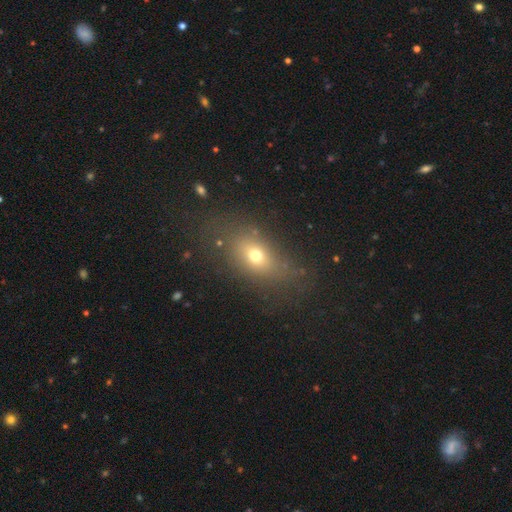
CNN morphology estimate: Smooth or featured? smooth (66%)
How rounded? in between (68%)
Merging? none (71%)